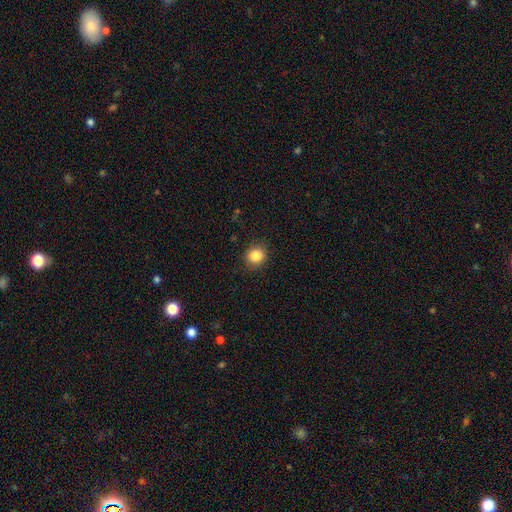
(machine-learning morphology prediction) type=smooth (86%); roundness=round (84%); merging=none (87%).